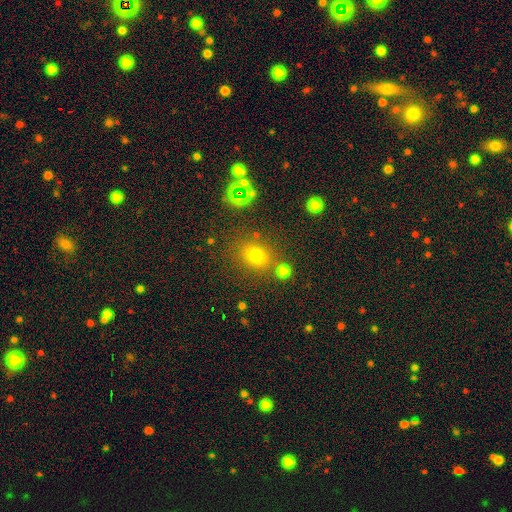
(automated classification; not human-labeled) smooth_or_featured: smooth (p=0.68) [alt: star or artifact p=0.23]
how_rounded: round (p=0.54) [alt: in between p=0.44]
merging: none (p=0.74) [alt: minor disturbance p=0.11]